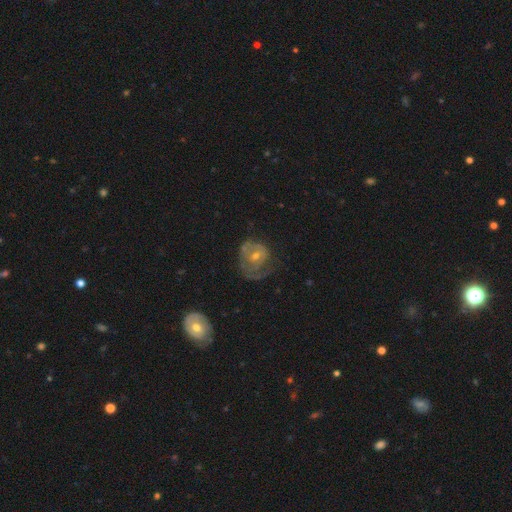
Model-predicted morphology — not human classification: smooth-or-featured: featured or disk: 68% | smooth: 22% | star or artifact: 10%
  disk-edge-on: no: 97% | yes: 3%
    bar: no: 66% | weak: 28% | strong: 6%
    has-spiral-arms: yes: 69% | no: 31%
    bulge-size: small: 49% | moderate: 46% | none: 2% | large: 2% | dominant: 1%
  merging: none: 49% | major disturbance: 26% | minor disturbance: 23% | merger: 2%